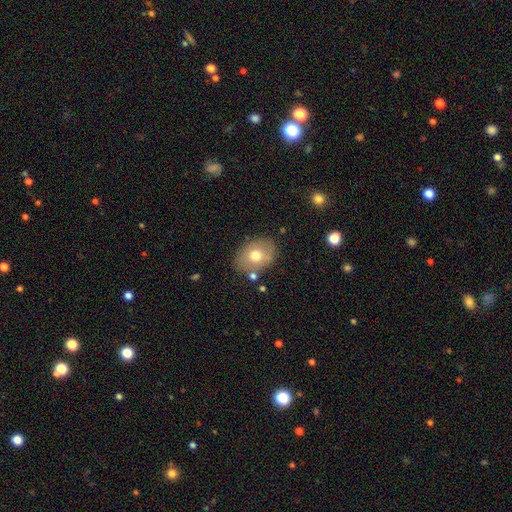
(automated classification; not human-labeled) smooth-or-featured: smooth: 67% | featured or disk: 24% | star or artifact: 9%
  how-rounded: in between: 69% | round: 30% | cigar-shaped: 1%
  merging: none: 76% | minor disturbance: 15% | merger: 5% | major disturbance: 4%